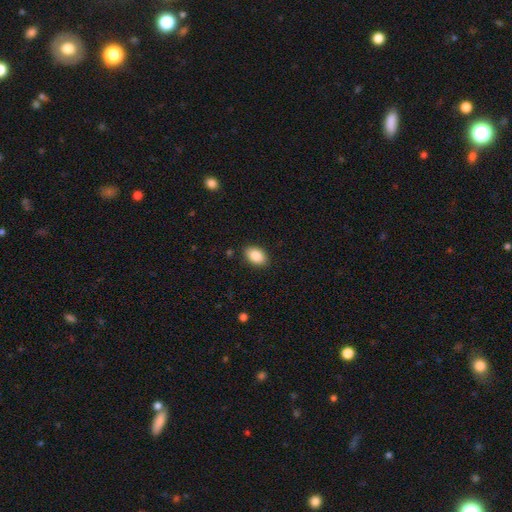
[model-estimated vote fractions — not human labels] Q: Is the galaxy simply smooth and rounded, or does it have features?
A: smooth — 89%.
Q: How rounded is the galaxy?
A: in between — 88%.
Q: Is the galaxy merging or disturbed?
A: none — 87%.